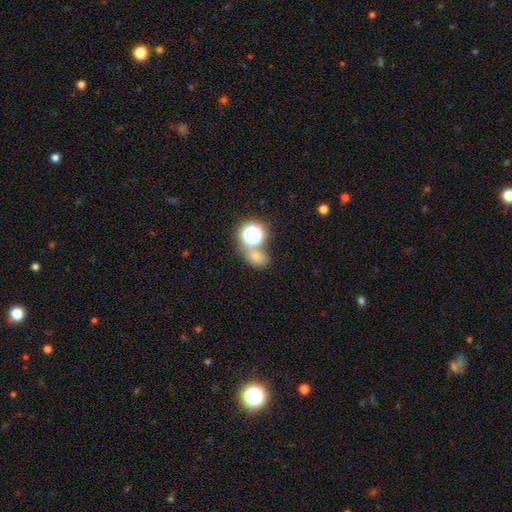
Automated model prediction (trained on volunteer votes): This appears to be a smooth galaxy with no disk features (64%) that is round (54%). Merging: none (50%).